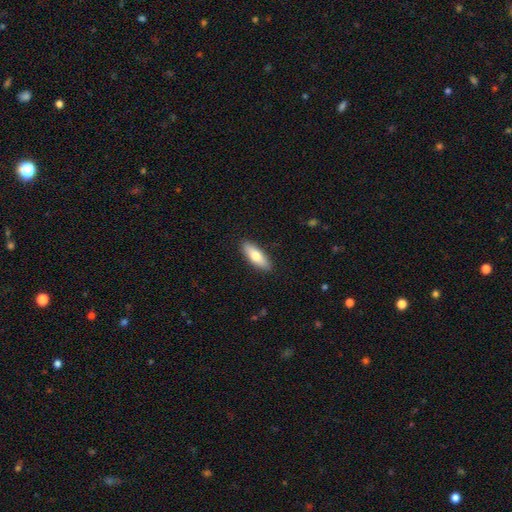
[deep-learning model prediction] smooth 74%, featured or disk 21%, star or artifact 6%. Down the decision tree: how rounded — in between (62%); merging — none (89%).